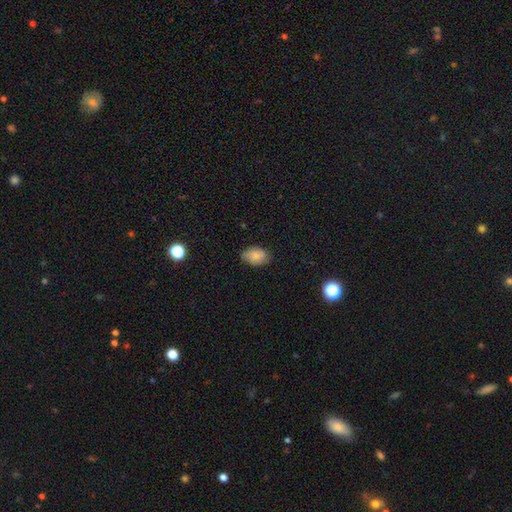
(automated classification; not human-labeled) Smooth or featured?
  - smooth: 74% *
  - featured or disk: 17%
  - star or artifact: 9%
How rounded?
  - in between: 87% *
  - round: 11%
  - cigar-shaped: 1%
Merging?
  - none: 70% *
  - minor disturbance: 24%
  - major disturbance: 4%
  - merger: 1%